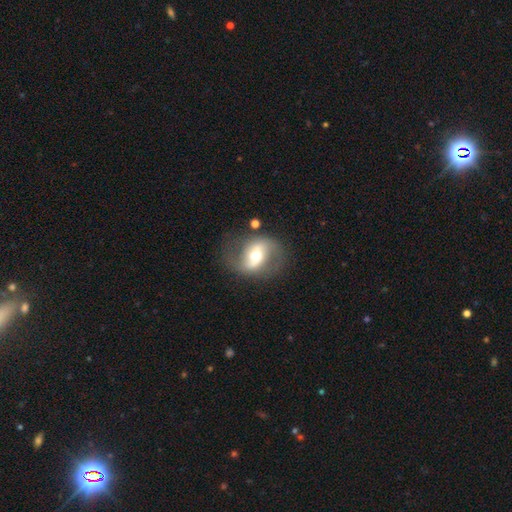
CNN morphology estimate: This is likely a featured or disk galaxy (70%). It is clearly not viewed edge-on (94%). Bar: marginally strong (41%). Spiral arm pattern: likely yes (74%). Central bulge: likely moderate (69%). Merging: likely none (69%).